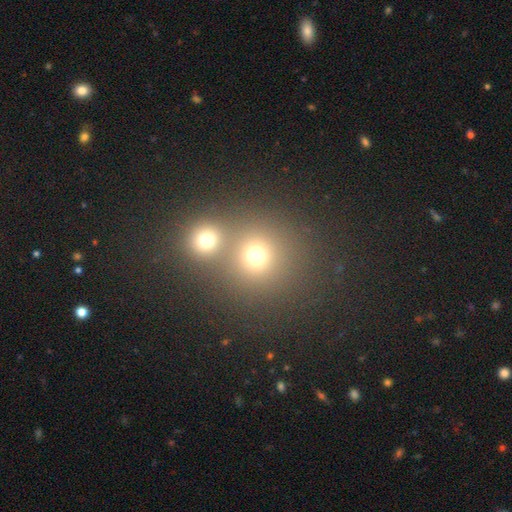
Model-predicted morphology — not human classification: Q: Smooth or featured?
A: smooth (71%); runner-up: star or artifact (19%)
Q: How rounded?
A: round (88%); runner-up: in between (11%)
Q: Merging?
A: none (46%); runner-up: merger (44%)